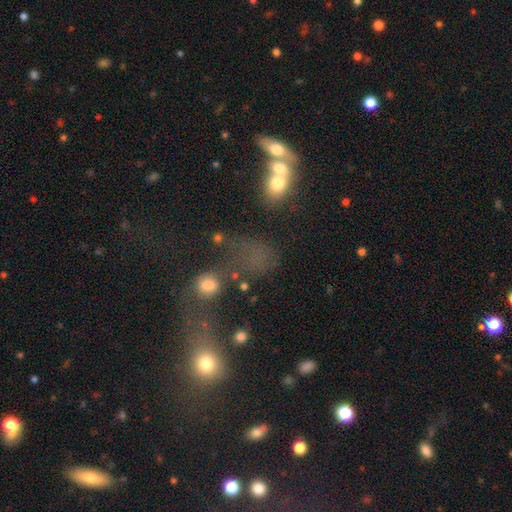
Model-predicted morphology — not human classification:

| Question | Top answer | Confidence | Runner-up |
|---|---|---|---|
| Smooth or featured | smooth | 57% | star or artifact (24%) |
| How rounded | in between | 52% | round (44%) |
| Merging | merger | 39% | none (26%) |